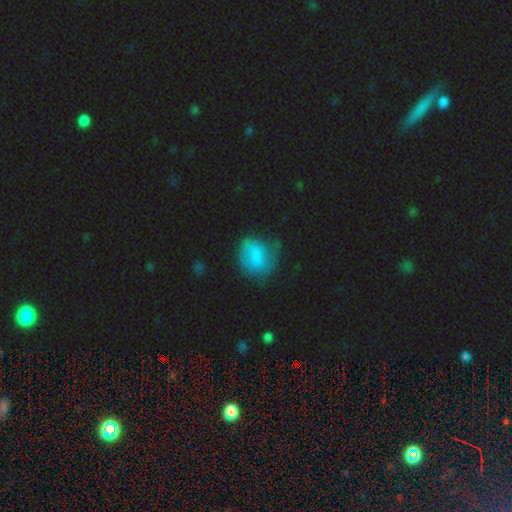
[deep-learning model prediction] The model was most divided on "how rounded": round: 57%, in between: 41%, cigar-shaped: 2%. More confident: smooth or featured — smooth (58%); merging — none (54%).